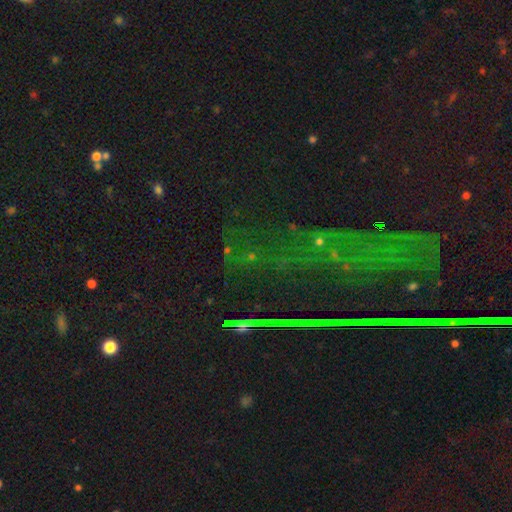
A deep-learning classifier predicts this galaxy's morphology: This is clearly a star or artifact rather than a galaxy (81%).